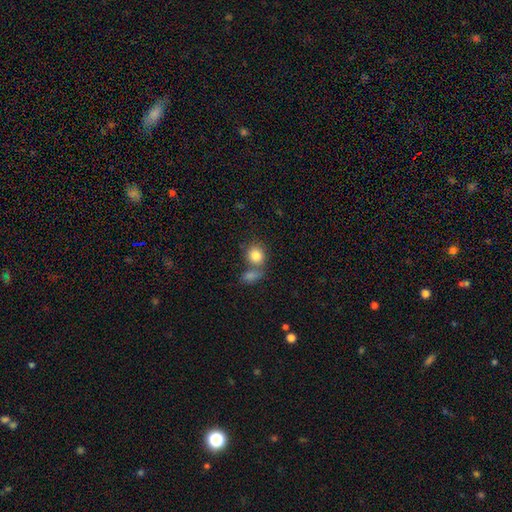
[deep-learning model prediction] A smooth galaxy with no disk features (83%) that is round (72%).

Vote fractions:
- Smooth or featured? smooth: 83% / star or artifact: 9% / featured or disk: 8%
- How rounded? round: 72% / in between: 27% / cigar-shaped: 1%
- Merging? none: 45% / merger: 41% / minor disturbance: 10% / major disturbance: 5%